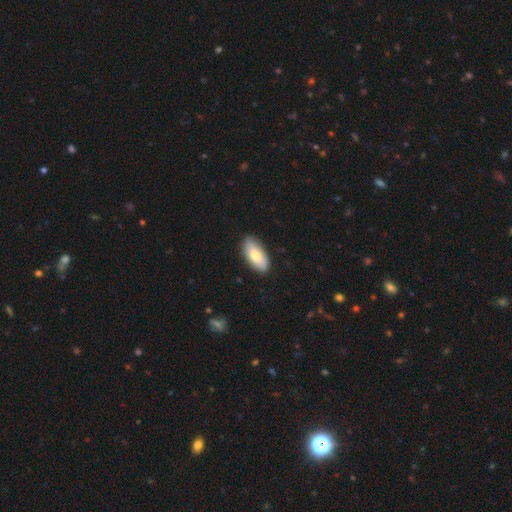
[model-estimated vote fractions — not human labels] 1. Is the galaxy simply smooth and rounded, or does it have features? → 71% smooth, 23% featured or disk, 5% star or artifact.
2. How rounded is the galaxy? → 90% in between, 7% cigar-shaped, 2% round.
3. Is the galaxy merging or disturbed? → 86% none, 11% minor disturbance, 2% major disturbance, 1% merger.